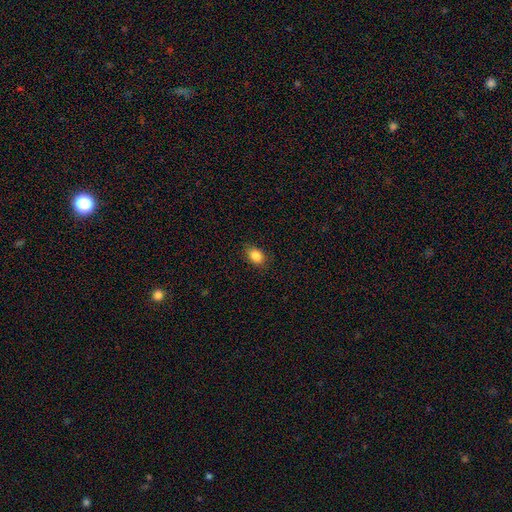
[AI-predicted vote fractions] smooth-or-featured: smooth: 86% | star or artifact: 9% | featured or disk: 5%
  how-rounded: in between: 70% | round: 29% | cigar-shaped: 1%
  merging: none: 85% | minor disturbance: 11% | major disturbance: 3% | merger: 1%